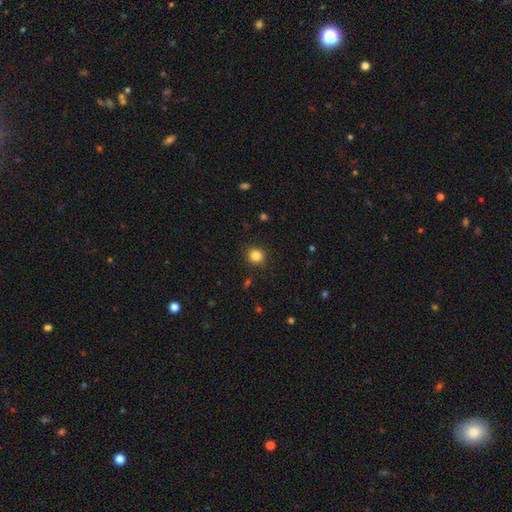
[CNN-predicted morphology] Smooth or featured? smooth (83%)
How rounded? round (92%)
Merging? none (90%)